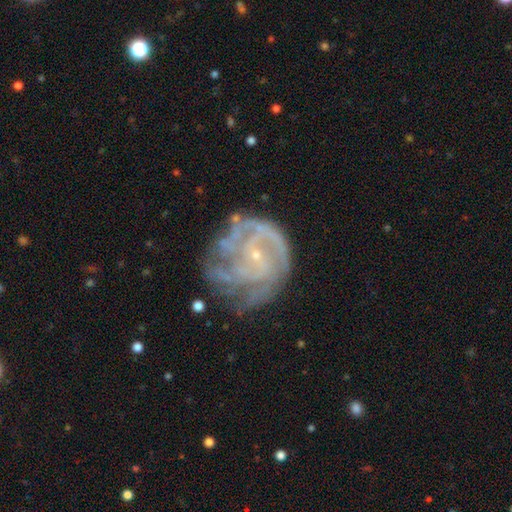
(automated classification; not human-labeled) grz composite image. It shows a featured or disk galaxy (83%) with no bar (66%), tight (56%) spiral arms (90%) and a small central bulge (85%). Merging: none (51%).